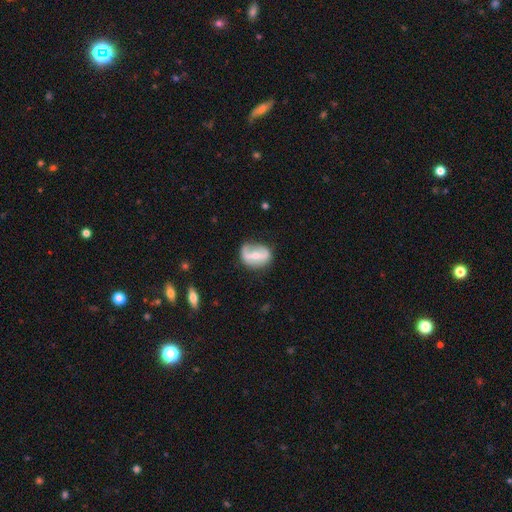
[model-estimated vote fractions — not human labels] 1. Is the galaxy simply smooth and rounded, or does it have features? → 61% featured or disk, 32% smooth, 7% star or artifact.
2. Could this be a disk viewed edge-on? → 92% no, 8% yes.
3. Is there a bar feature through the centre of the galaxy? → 54% strong, 29% weak, 17% no.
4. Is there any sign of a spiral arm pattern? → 56% yes, 44% no.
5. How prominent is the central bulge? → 49% small, 44% moderate, 4% none, 2% large, 1% dominant.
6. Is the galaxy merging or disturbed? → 59% none, 27% minor disturbance, 12% major disturbance, 2% merger.